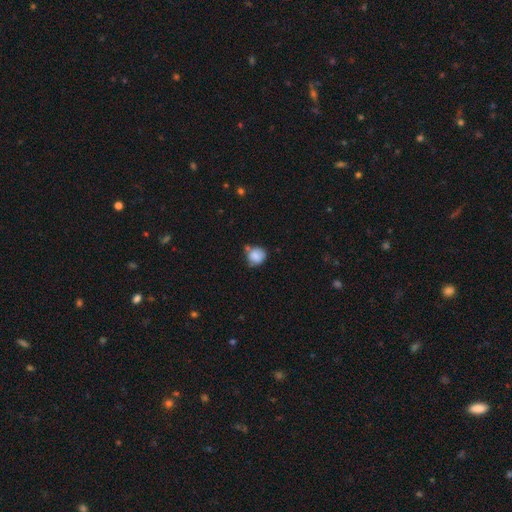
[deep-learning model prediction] Morphology: type=smooth (83%); roundness=round (79%); merging=none (51%).